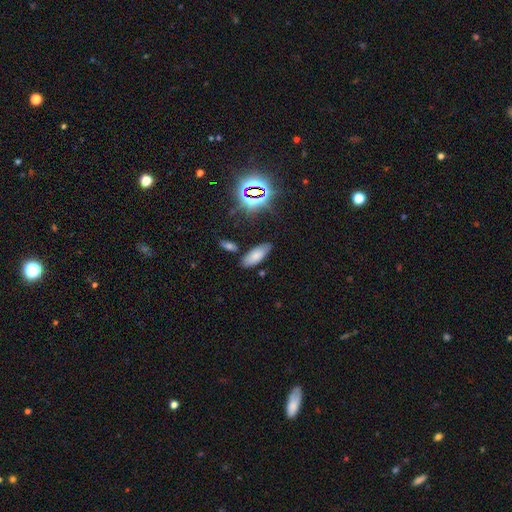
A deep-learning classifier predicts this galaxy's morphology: The model was most divided on "smooth or featured": smooth: 73%, star or artifact: 16%, featured or disk: 11%. More confident: how rounded — in between (82%); merging — none (78%).